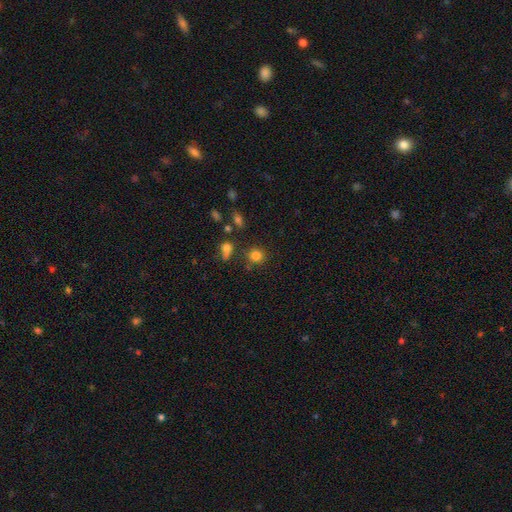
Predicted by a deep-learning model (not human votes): This appears to be a smooth galaxy with no disk features (81%) that is round (86%). Merging: none (77%).